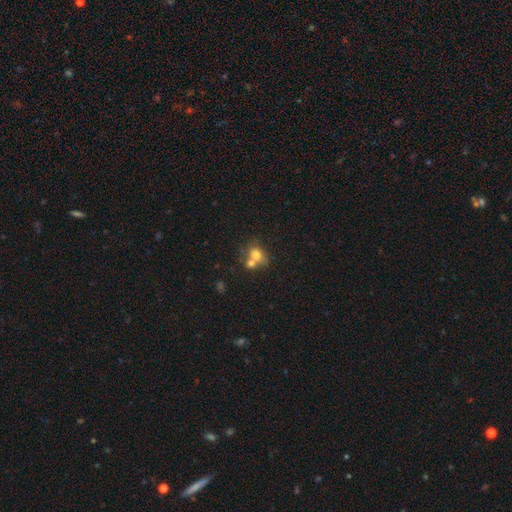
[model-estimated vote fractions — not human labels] This is likely a smooth galaxy (71%). How rounded: possibly round (53%). Merging: possibly merger (55%).